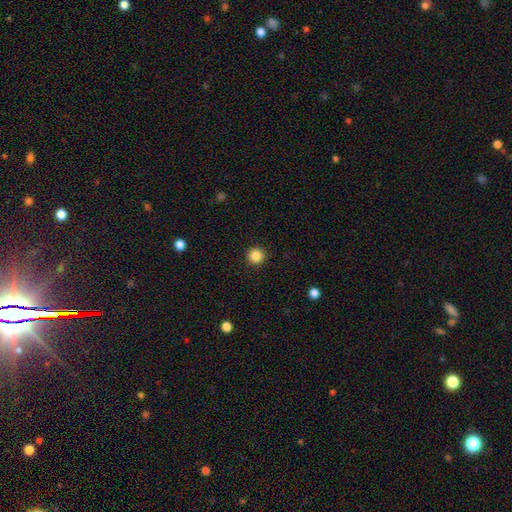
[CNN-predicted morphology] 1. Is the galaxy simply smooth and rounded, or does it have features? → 86% smooth, 11% star or artifact, 4% featured or disk.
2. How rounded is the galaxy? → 96% round, 3% in between, 1% cigar-shaped.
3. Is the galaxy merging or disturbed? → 93% none, 5% minor disturbance, 2% major disturbance, 1% merger.